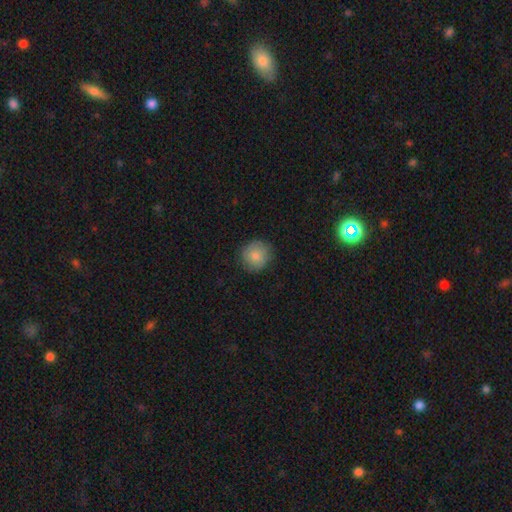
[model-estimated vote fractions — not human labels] Smooth or featured? smooth (84%)
How rounded? round (92%)
Merging? none (86%)